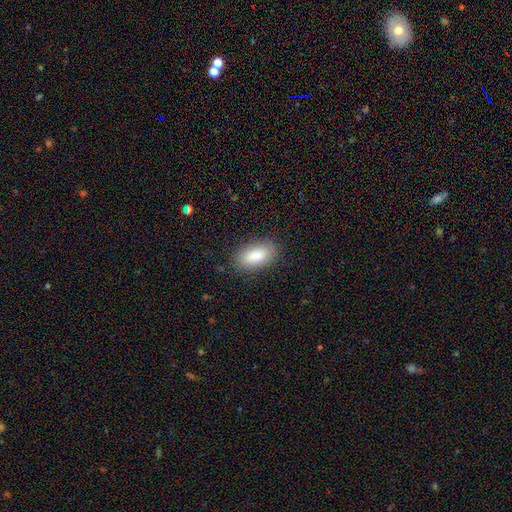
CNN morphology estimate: smooth_or_featured: smooth (p=0.87) [alt: star or artifact p=0.07]
how_rounded: in between (p=0.91) [alt: cigar-shaped p=0.06]
merging: none (p=0.86) [alt: minor disturbance p=0.10]